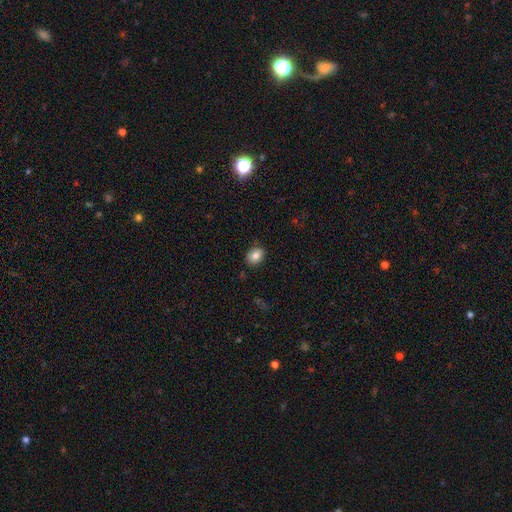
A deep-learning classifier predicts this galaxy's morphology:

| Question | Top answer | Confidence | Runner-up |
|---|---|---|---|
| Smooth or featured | smooth | 82% | star or artifact (9%) |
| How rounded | in between | 54% | round (45%) |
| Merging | none | 84% | minor disturbance (12%) |